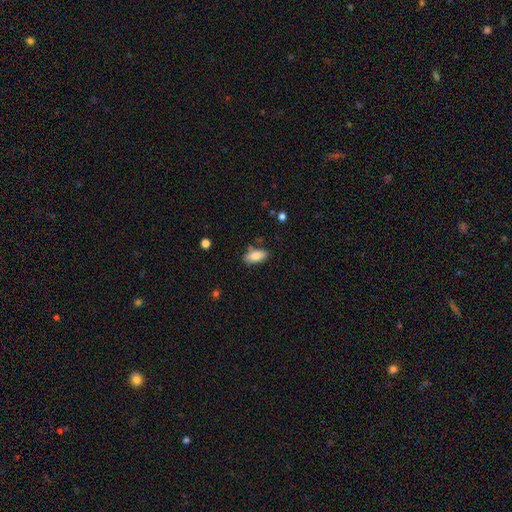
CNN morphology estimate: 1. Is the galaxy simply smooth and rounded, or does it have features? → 84% smooth, 9% featured or disk, 7% star or artifact.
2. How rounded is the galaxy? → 86% in between, 11% cigar-shaped, 3% round.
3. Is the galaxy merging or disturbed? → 76% none, 17% minor disturbance, 4% major disturbance, 3% merger.